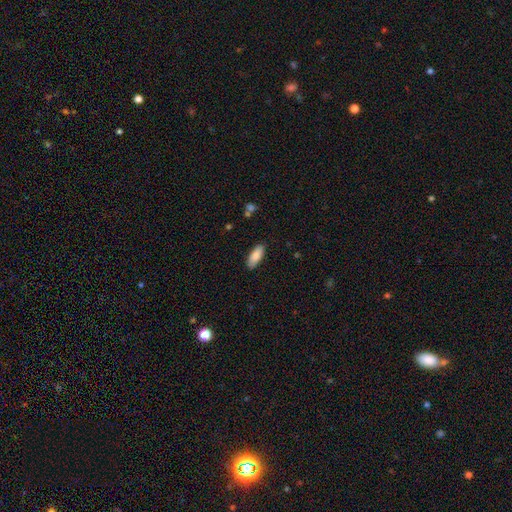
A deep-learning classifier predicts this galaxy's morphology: This is clearly a smooth galaxy (86%). How rounded: likely in between (79%). Merging: clearly none (85%).